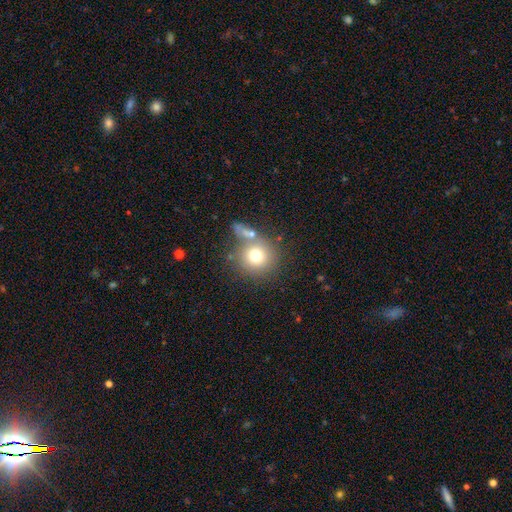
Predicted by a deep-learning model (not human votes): A smooth galaxy with no disk features (72%) that is round (91%).

Vote fractions:
- Smooth or featured? smooth: 72% / featured or disk: 16% / star or artifact: 12%
- How rounded? round: 91% / in between: 8% / cigar-shaped: 1%
- Merging? none: 63% / merger: 19% / minor disturbance: 12% / major disturbance: 6%